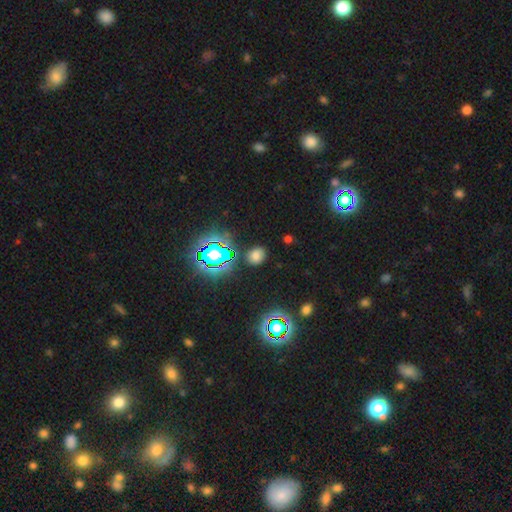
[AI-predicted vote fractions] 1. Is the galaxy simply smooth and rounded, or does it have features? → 65% smooth, 28% star or artifact, 7% featured or disk.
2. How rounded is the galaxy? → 59% round, 40% in between, 1% cigar-shaped.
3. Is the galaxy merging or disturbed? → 84% none, 10% minor disturbance, 3% major disturbance, 3% merger.